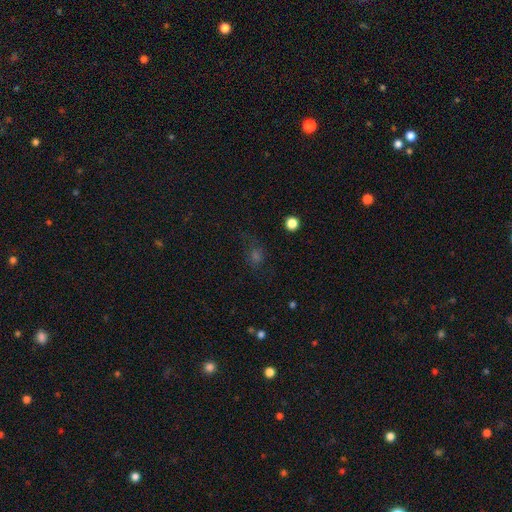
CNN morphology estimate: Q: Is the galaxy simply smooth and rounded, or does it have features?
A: smooth — 45%.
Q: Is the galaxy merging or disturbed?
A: none — 66%.